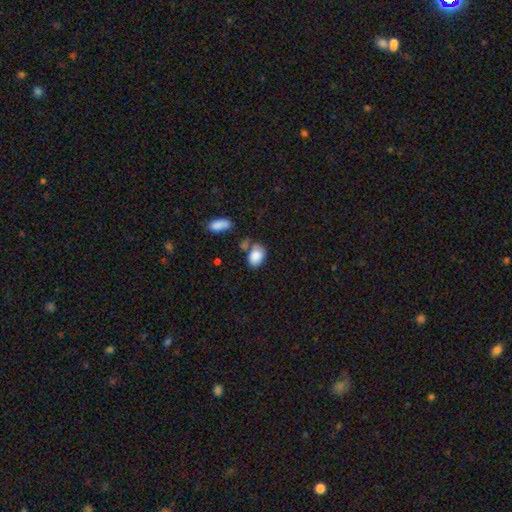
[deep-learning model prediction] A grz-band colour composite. It shows a smooth galaxy with no disk features (86%) that is in between round and cigar-shaped (84%). Merging: none (51%).